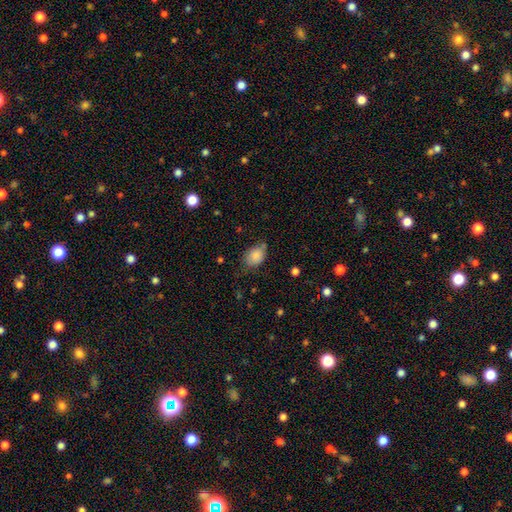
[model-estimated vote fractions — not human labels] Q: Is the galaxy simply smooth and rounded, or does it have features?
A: smooth — 84%.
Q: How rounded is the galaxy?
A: in between — 72%.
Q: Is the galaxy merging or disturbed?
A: none — 54%.